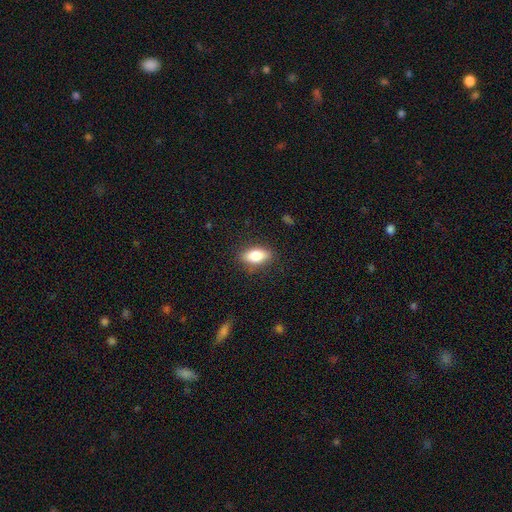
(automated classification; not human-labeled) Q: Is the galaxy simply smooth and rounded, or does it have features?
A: smooth — 81%.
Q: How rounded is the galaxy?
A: in between — 83%.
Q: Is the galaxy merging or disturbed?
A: none — 85%.